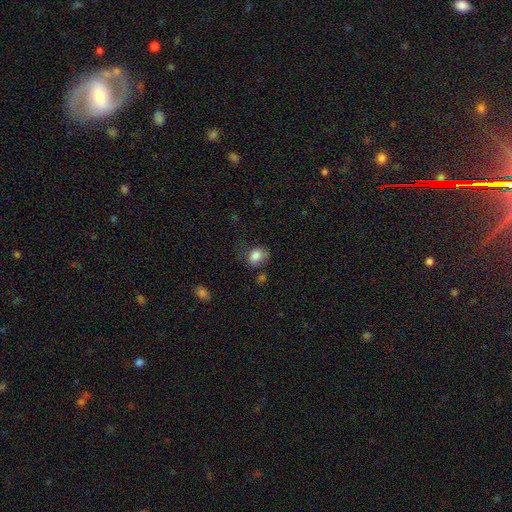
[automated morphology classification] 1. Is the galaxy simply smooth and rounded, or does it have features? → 83% smooth, 9% star or artifact, 8% featured or disk.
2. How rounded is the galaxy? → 62% in between, 37% round, 1% cigar-shaped.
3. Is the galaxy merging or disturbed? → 51% none, 30% minor disturbance, 14% major disturbance, 5% merger.